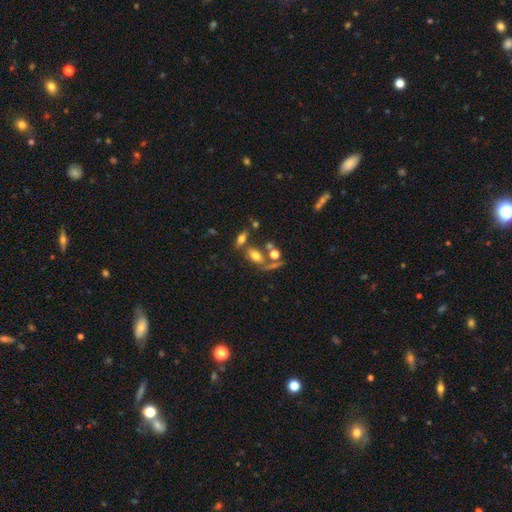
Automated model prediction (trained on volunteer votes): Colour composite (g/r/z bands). It shows a smooth galaxy with no disk features (63%) that is in between round and cigar-shaped (83%). Merging: none (47%).